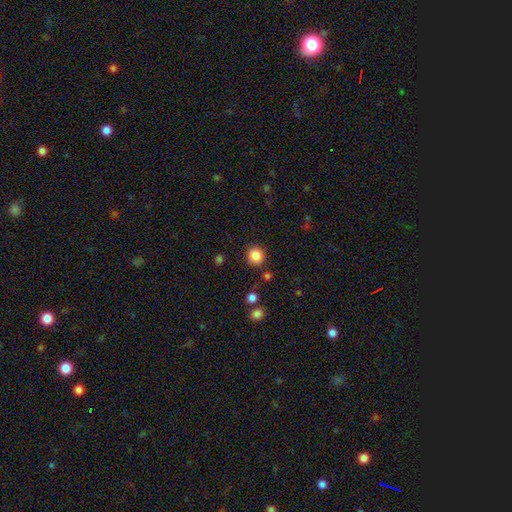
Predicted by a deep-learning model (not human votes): This appears to be a smooth galaxy with no disk features (86%) that is round (89%). Merging: none (87%).